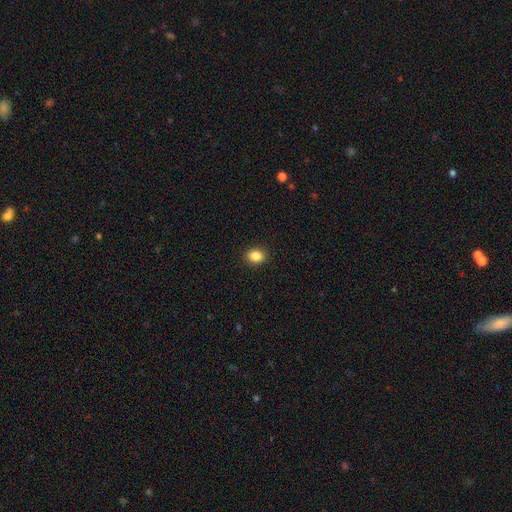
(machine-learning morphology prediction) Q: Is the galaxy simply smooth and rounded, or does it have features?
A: smooth — 86%.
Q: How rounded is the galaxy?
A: in between — 50%.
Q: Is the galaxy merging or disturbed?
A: none — 91%.